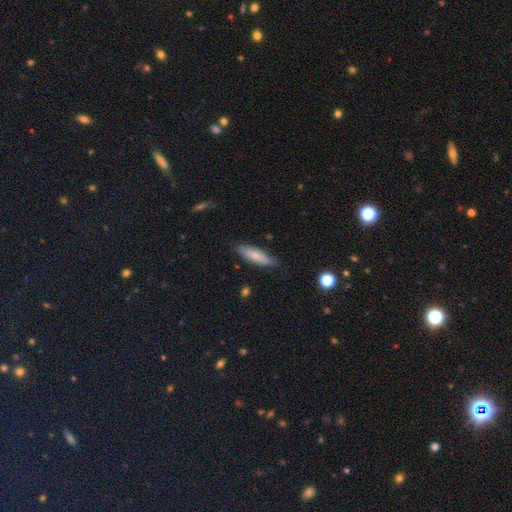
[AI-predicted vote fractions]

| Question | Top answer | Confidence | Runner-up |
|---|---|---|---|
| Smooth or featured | smooth | 72% | featured or disk (22%) |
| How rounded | cigar-shaped | 61% | in between (38%) |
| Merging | none | 78% | minor disturbance (18%) |